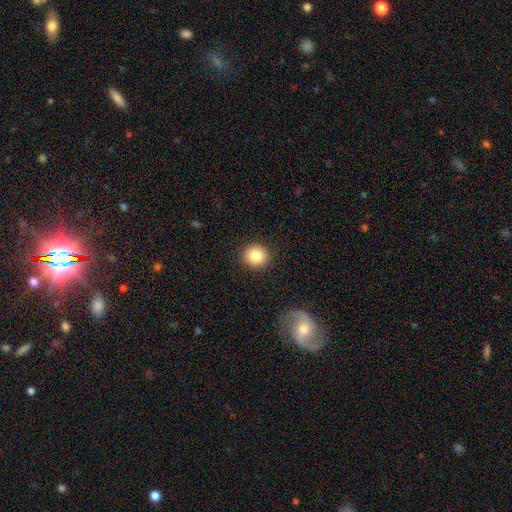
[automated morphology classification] Smooth or featured: smooth — 84% (star or artifact — 9%)
How rounded: round — 90% (in between — 9%)
Merging: none — 91% (minor disturbance — 6%)